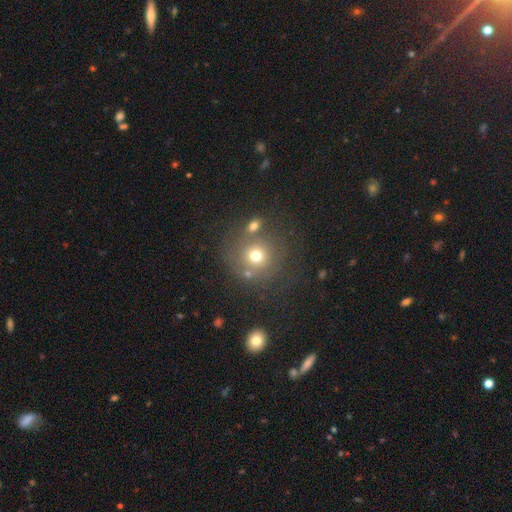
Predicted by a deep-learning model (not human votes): smooth-or-featured: smooth: 68% | featured or disk: 17% | star or artifact: 16%
  how-rounded: round: 90% | in between: 9% | cigar-shaped: 1%
  merging: none: 67% | merger: 13% | minor disturbance: 12% | major disturbance: 8%